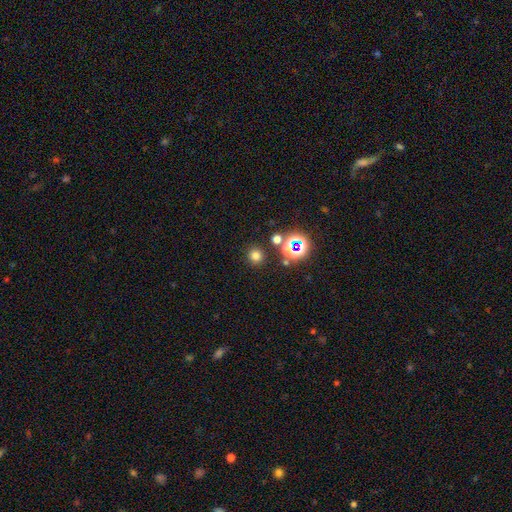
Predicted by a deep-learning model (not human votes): This appears to be a smooth galaxy with no disk features (71%) that is round (93%). Merging: none (85%).